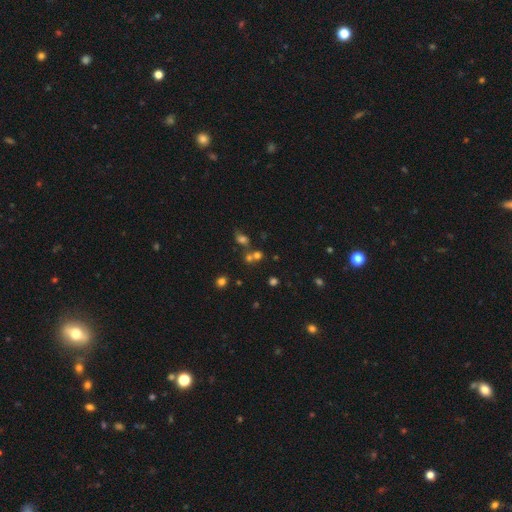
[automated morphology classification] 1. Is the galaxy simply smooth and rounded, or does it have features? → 58% smooth, 29% star or artifact, 13% featured or disk.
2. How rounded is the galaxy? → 78% round, 20% in between, 1% cigar-shaped.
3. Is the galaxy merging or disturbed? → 48% none, 39% merger, 8% minor disturbance, 5% major disturbance.